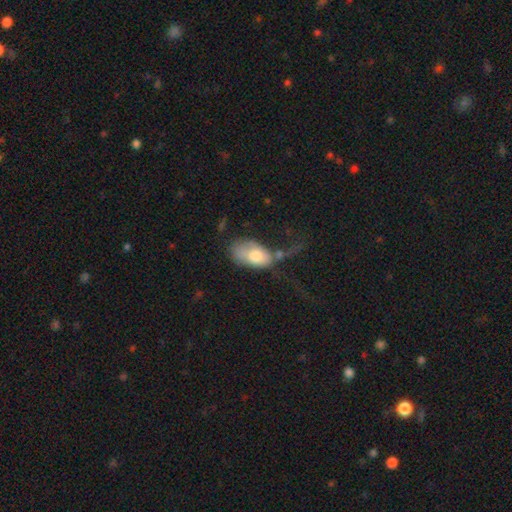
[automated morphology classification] A smooth galaxy with no disk features (69%) that is in between round and cigar-shaped (92%). Merging: major disturbance (39%).